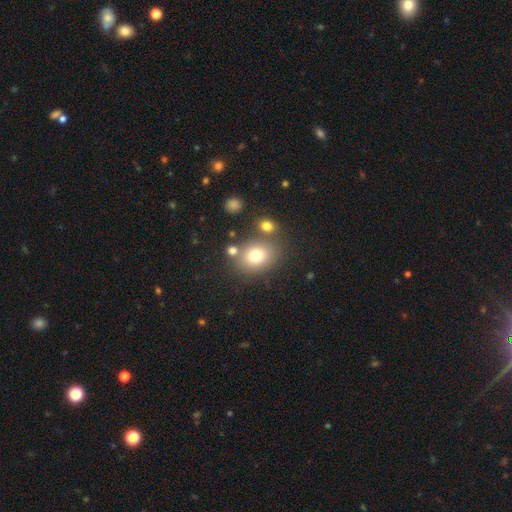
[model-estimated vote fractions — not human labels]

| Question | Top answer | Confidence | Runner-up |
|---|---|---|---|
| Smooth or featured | smooth | 75% | star or artifact (13%) |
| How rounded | round | 53% | in between (46%) |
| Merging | none | 70% | merger (14%) |